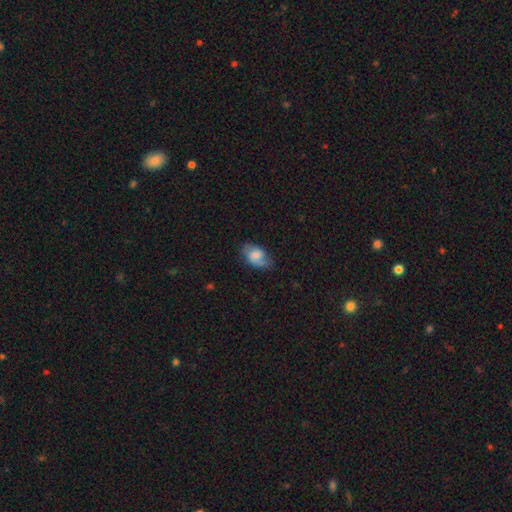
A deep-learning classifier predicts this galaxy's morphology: Smooth or featured? smooth (52%)
How rounded? in between (89%)
Merging? none (65%)